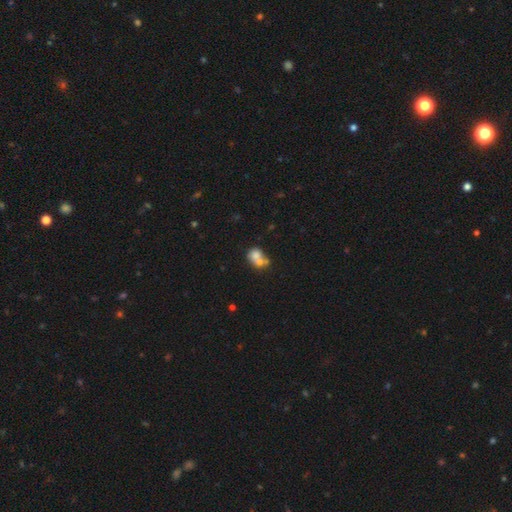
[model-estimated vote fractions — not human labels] Smooth or featured? Predicted: smooth (p=0.68). How rounded? Predicted: round (p=0.54). Merging? Predicted: merger (p=0.61).